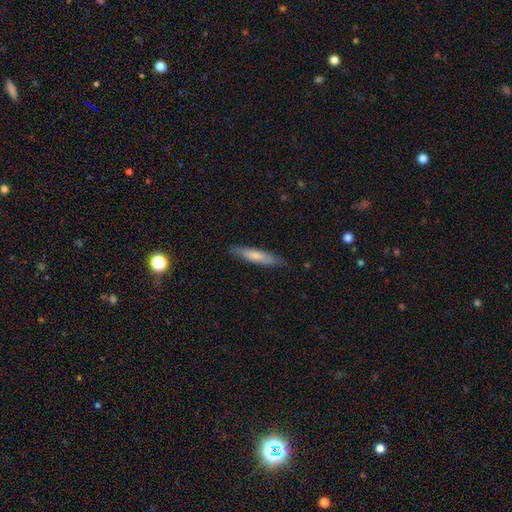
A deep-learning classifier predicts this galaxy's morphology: This appears to be a smooth galaxy with no disk features (68%) that is cigar-shaped (82%). Merging: none (83%).